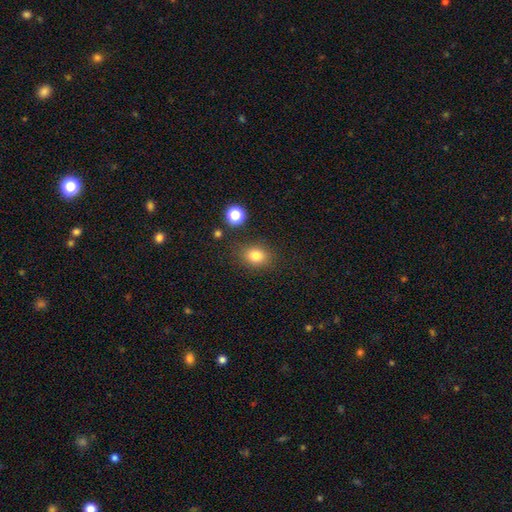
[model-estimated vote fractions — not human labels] Overall: smooth (82%). How rounded: in between (50%; round 48%). Merging: none (82%).